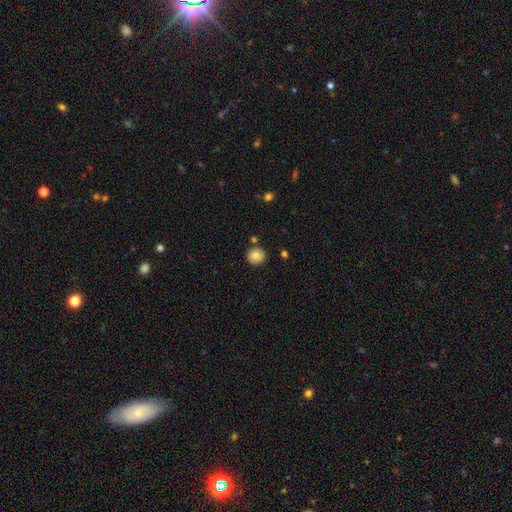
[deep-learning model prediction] This appears to be a smooth galaxy with no disk features (84%) that is round (91%). Merging: none (85%).